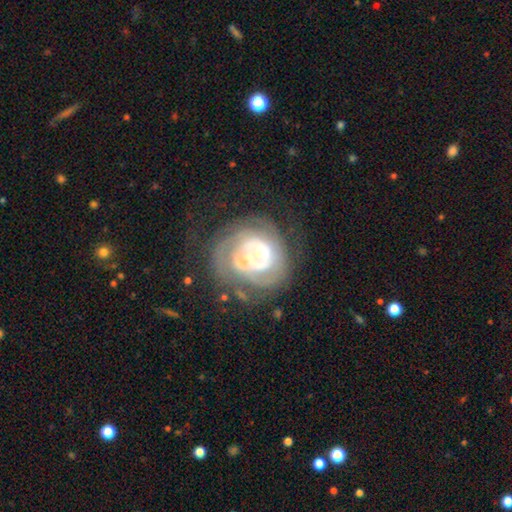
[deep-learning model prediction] A featured or disk galaxy (75%) with no bar (72%), tight (62%) spiral arms (69%) and a small central bulge (55%).

Vote fractions:
- Smooth or featured? featured or disk: 75% / smooth: 18% / star or artifact: 8%
- Edge-on disk? no: 98% / yes: 2%
- Bar? no: 72% / weak: 21% / strong: 7%
- Spiral arms? yes: 69% / no: 31%
- Spiral winding? tight: 62% / medium: 26% / loose: 13%
- Spiral arm count? can't tell: 44% / 2: 25% / 1: 13% / 3: 11% / 4: 4% / more than 4: 4%
- Bulge size? small: 55% / moderate: 26% / none: 10% / large: 6% / dominant: 2%
- Merging? none: 48% / major disturbance: 23% / minor disturbance: 20% / merger: 10%